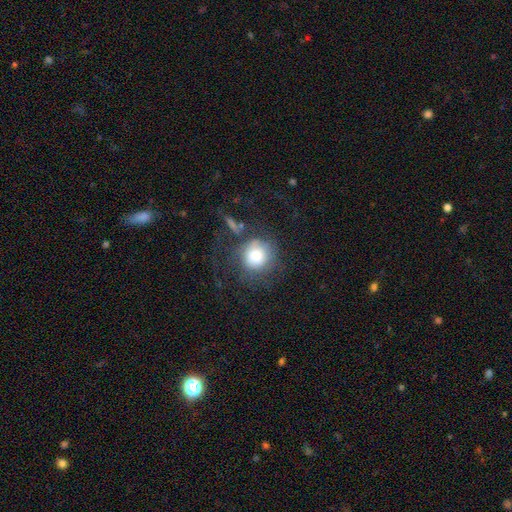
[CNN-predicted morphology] smooth 70%, featured or disk 20%, star or artifact 10%. Down the decision tree: how rounded — round (88%); merging — none (54%).